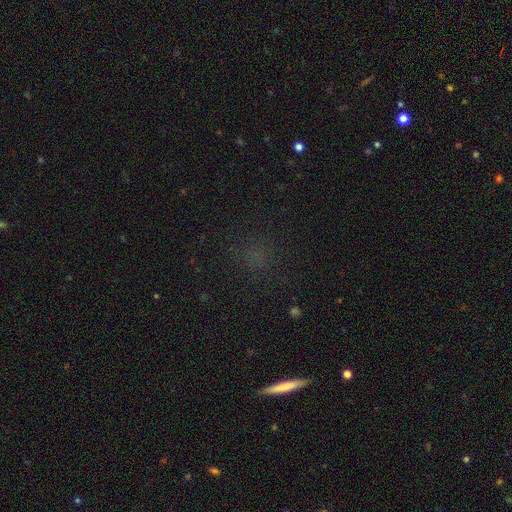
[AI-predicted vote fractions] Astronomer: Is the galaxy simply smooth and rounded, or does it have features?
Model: smooth — 52% (runner-up: star or artifact, 35%).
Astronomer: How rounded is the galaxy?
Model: round — 76%.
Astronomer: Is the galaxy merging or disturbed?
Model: none — 83%.